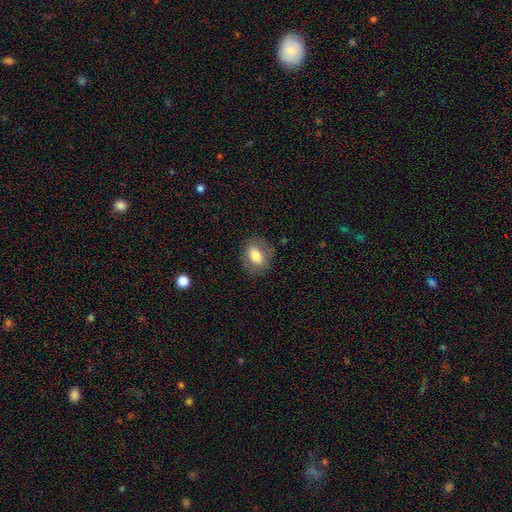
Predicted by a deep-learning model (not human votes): This appears to be a smooth galaxy with no disk features (71%) that is in between round and cigar-shaped (75%). Merging: none (79%).